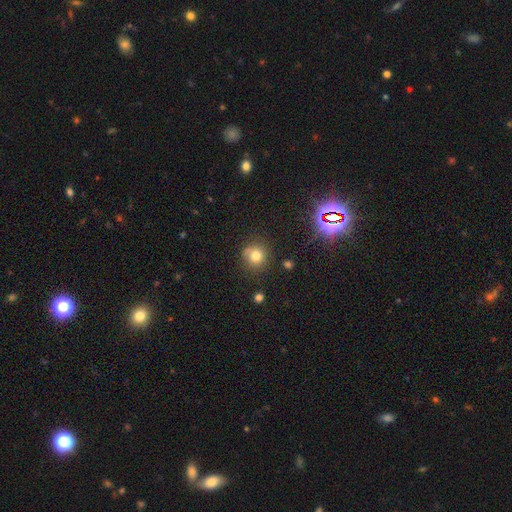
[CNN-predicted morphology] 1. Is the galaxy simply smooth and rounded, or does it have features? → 75% smooth, 16% star or artifact, 9% featured or disk.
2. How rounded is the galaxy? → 90% round, 9% in between, 1% cigar-shaped.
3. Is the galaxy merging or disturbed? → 76% none, 15% minor disturbance, 4% major disturbance, 4% merger.